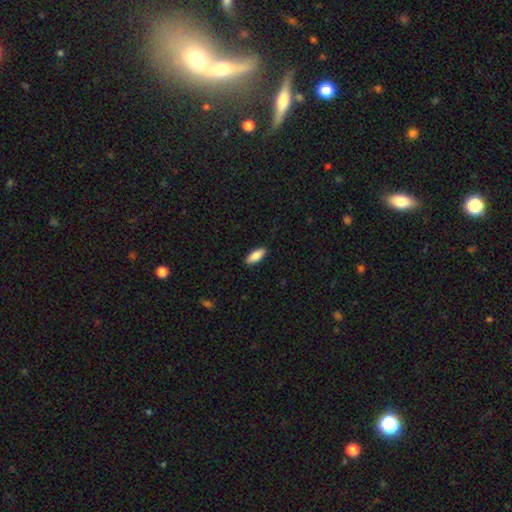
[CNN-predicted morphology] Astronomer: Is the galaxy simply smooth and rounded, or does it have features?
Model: smooth — 86%.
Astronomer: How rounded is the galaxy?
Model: in between — 79%.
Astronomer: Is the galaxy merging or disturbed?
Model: none — 89%.